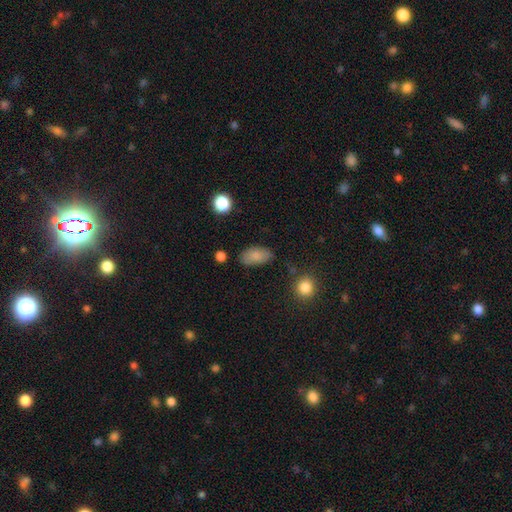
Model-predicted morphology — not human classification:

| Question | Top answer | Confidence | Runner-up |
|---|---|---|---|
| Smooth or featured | smooth | 84% | star or artifact (8%) |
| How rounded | in between | 92% | round (5%) |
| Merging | none | 76% | minor disturbance (17%) |